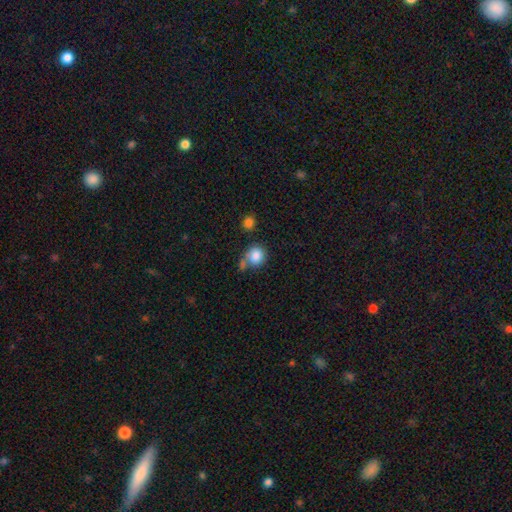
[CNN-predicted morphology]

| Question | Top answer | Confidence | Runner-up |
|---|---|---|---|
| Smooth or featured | smooth | 85% | star or artifact (9%) |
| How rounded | round | 81% | in between (18%) |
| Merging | none | 56% | merger (22%) |